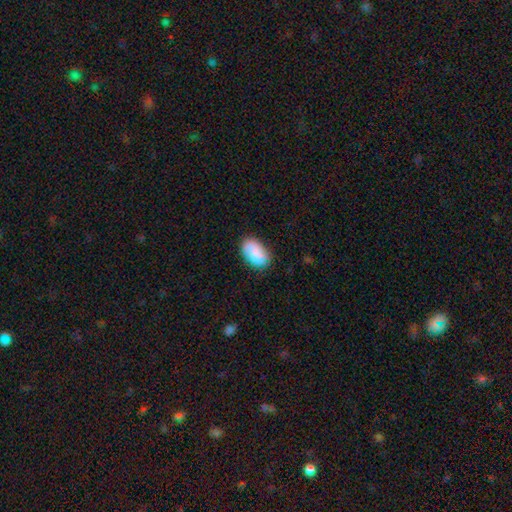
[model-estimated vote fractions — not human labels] smooth 80%, featured or disk 13%, star or artifact 7%. Down the decision tree: how rounded — in between (92%); merging — none (79%).